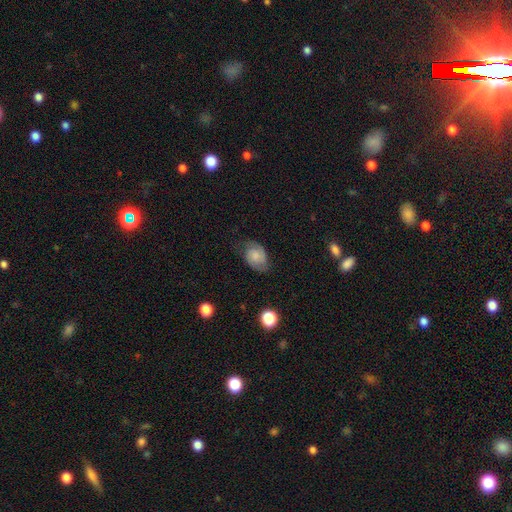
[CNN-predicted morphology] Smooth or featured?
  - smooth: 47% *
  - featured or disk: 44%
  - star or artifact: 9%
Merging?
  - none: 63% *
  - minor disturbance: 26%
  - major disturbance: 10%
  - merger: 1%